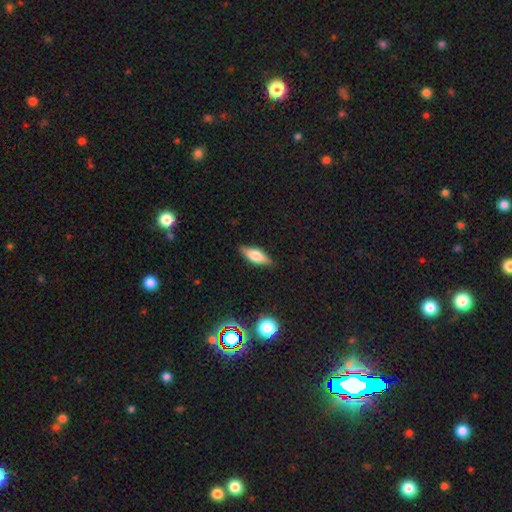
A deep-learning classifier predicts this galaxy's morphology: The model was most divided on "smooth or featured": smooth: 52%, featured or disk: 40%, star or artifact: 8%. More confident: merging — none (86%); how rounded — in between (58%).